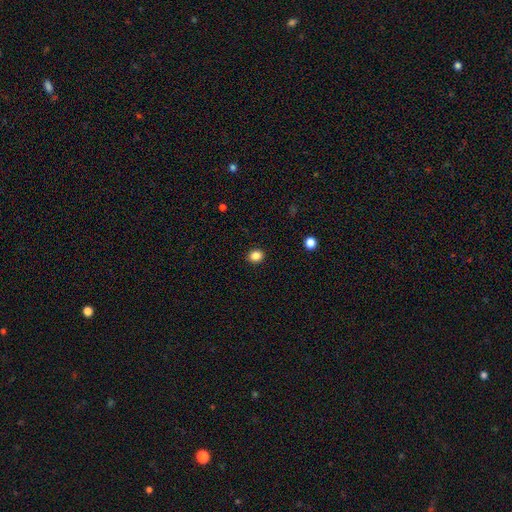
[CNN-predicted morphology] Smooth or featured: smooth — 85% (star or artifact — 11%)
How rounded: round — 69% (in between — 30%)
Merging: none — 91% (minor disturbance — 6%)